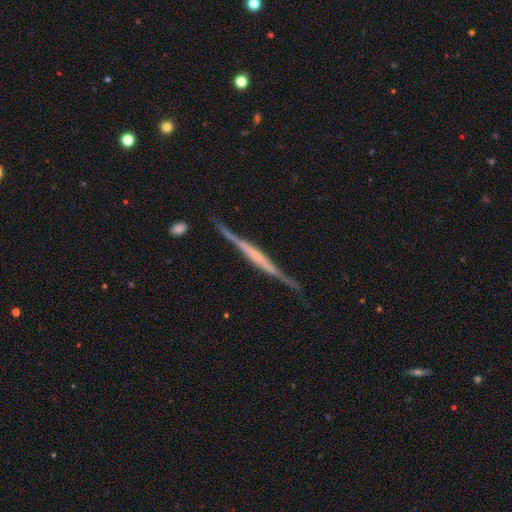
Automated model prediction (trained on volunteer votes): smooth-or-featured: featured or disk: 80% | smooth: 14% | star or artifact: 6%
  disk-edge-on: yes: 97% | no: 3%
    edge-on-bulge: none: 40% | rounded: 35% | boxy: 26%
  merging: none: 84% | minor disturbance: 11% | major disturbance: 3% | merger: 2%